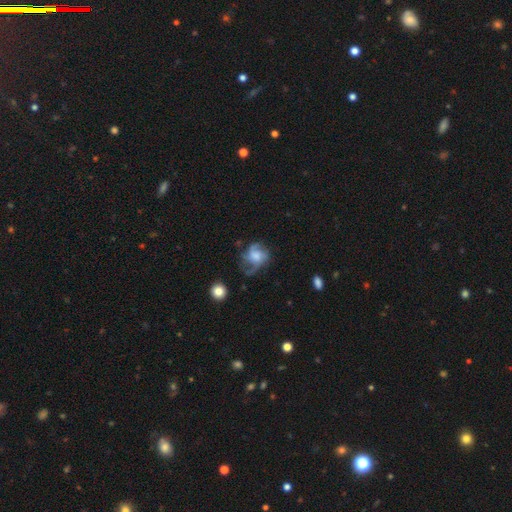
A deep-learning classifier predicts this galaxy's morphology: Smooth or featured? featured or disk (61%)
Edge-on disk? no (98%)
Bar? no (68%)
Spiral arms? yes (84%)
Spiral winding? medium (44%)
Spiral arm count? 3 (33%)
Bulge size? moderate (39%)
Merging? none (47%)